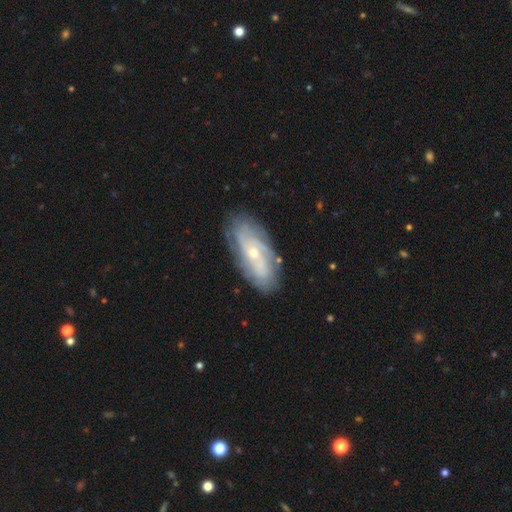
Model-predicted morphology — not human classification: Smooth or featured? featured or disk (68%)
Edge-on disk? no (87%)
Bar? no (66%)
Spiral arms? yes (85%)
Spiral winding? tight (55%)
Spiral arm count? can't tell (49%)
Bulge size? small (64%)
Merging? none (82%)